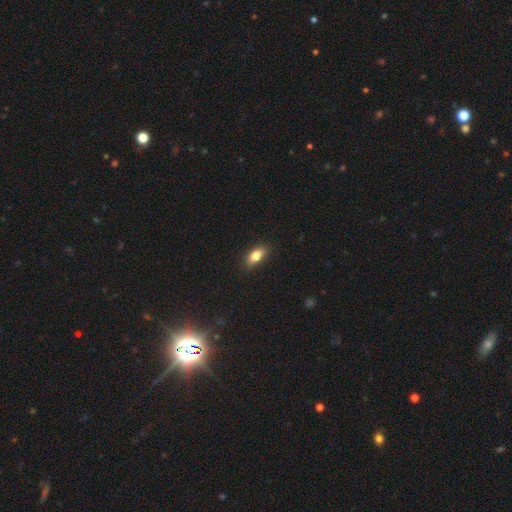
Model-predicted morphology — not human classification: A smooth galaxy with no disk features (81%) that is in between round and cigar-shaped (86%). Merging: none (85%).